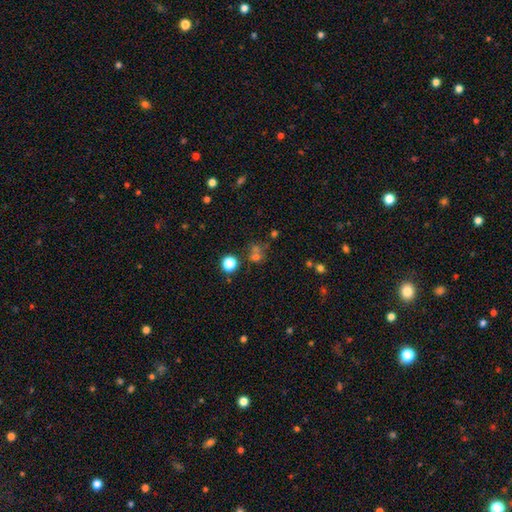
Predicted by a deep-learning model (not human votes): smooth-or-featured: smooth: 53% | star or artifact: 36% | featured or disk: 11%
  how-rounded: round: 85% | in between: 14% | cigar-shaped: 1%
  merging: none: 61% | merger: 23% | minor disturbance: 10% | major disturbance: 6%